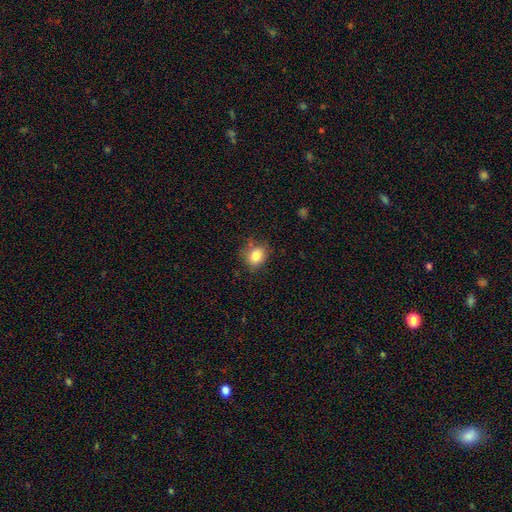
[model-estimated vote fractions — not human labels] Q: Smooth or featured?
A: smooth (81%); runner-up: star or artifact (11%)
Q: How rounded?
A: round (64%); runner-up: in between (35%)
Q: Merging?
A: none (74%); runner-up: minor disturbance (19%)